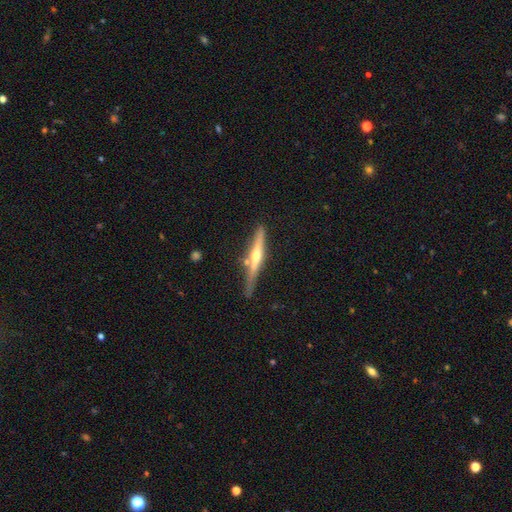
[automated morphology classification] The model was most divided on "smooth or featured": featured or disk: 70%, smooth: 24%, star or artifact: 6%. More confident: edge-on disk — yes (97%); edge-on bulge — rounded (87%); merging — none (73%).